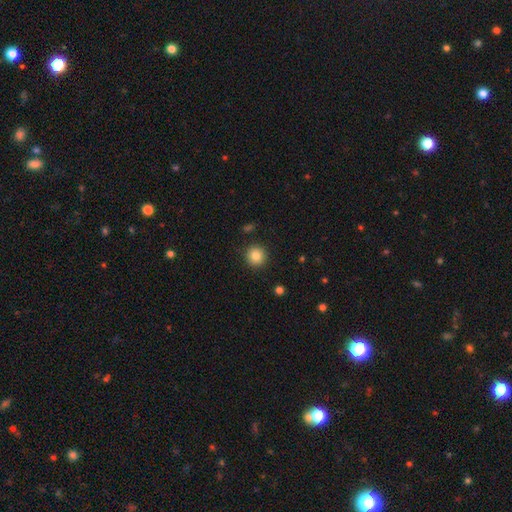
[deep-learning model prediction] Q: Smooth or featured?
A: smooth (85%); runner-up: star or artifact (10%)
Q: How rounded?
A: round (94%); runner-up: in between (5%)
Q: Merging?
A: none (90%); runner-up: minor disturbance (6%)